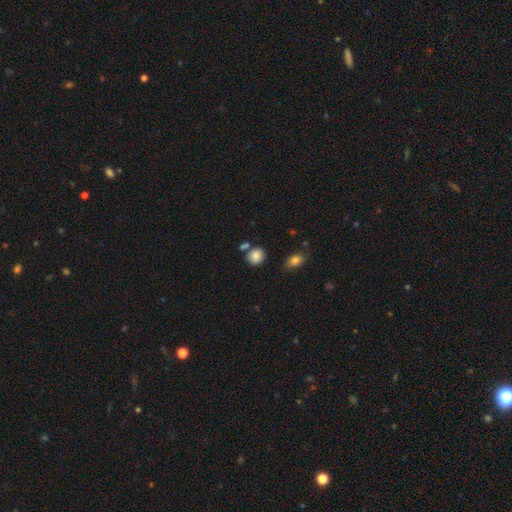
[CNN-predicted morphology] smooth-or-featured: smooth: 86% | star or artifact: 9% | featured or disk: 5%
  how-rounded: round: 73% | in between: 26% | cigar-shaped: 1%
  merging: none: 70% | merger: 14% | minor disturbance: 13% | major disturbance: 4%